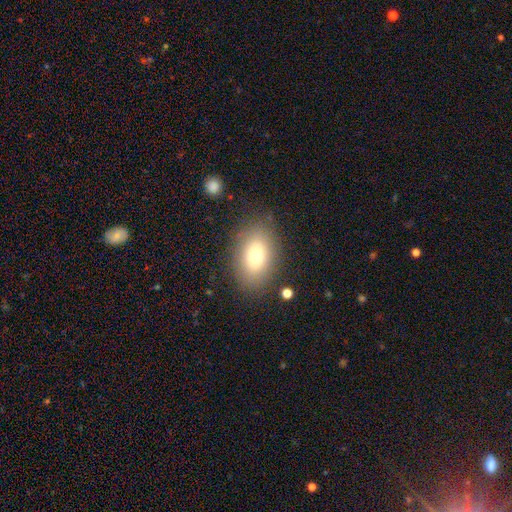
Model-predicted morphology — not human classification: Smooth or featured?
  - smooth: 75% *
  - featured or disk: 15%
  - star or artifact: 10%
How rounded?
  - in between: 85% *
  - round: 14%
  - cigar-shaped: 2%
Merging?
  - none: 83% *
  - minor disturbance: 11%
  - major disturbance: 4%
  - merger: 2%